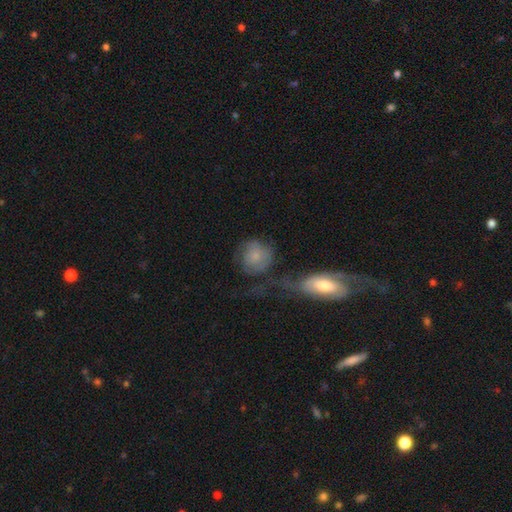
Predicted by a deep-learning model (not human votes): This is likely a smooth galaxy (61%). How rounded: clearly round (81%). Merging: marginally none (38%).